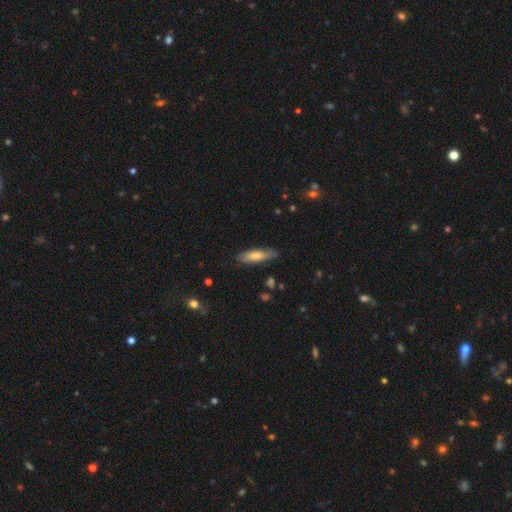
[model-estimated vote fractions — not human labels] Smooth or featured? smooth (66%)
How rounded? cigar-shaped (64%)
Merging? none (80%)